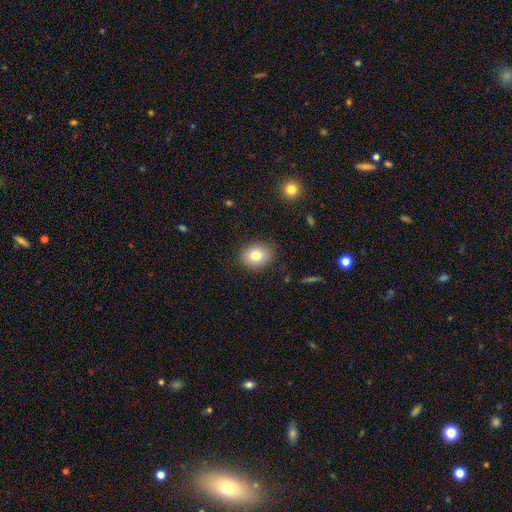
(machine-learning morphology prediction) A smooth galaxy with no disk features (79%) that is round (50%).

Vote fractions:
- Smooth or featured? smooth: 79% / featured or disk: 11% / star or artifact: 10%
- How rounded? round: 50% / in between: 49% / cigar-shaped: 1%
- Merging? none: 84% / minor disturbance: 12% / major disturbance: 3% / merger: 1%